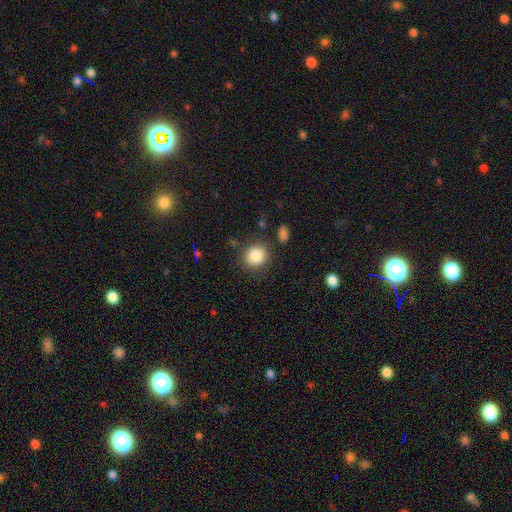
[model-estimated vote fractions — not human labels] A smooth galaxy with no disk features (84%) that is round (78%).

Vote fractions:
- Smooth or featured? smooth: 84% / star or artifact: 9% / featured or disk: 7%
- How rounded? round: 78% / in between: 21% / cigar-shaped: 1%
- Merging? none: 84% / minor disturbance: 9% / major disturbance: 3% / merger: 3%